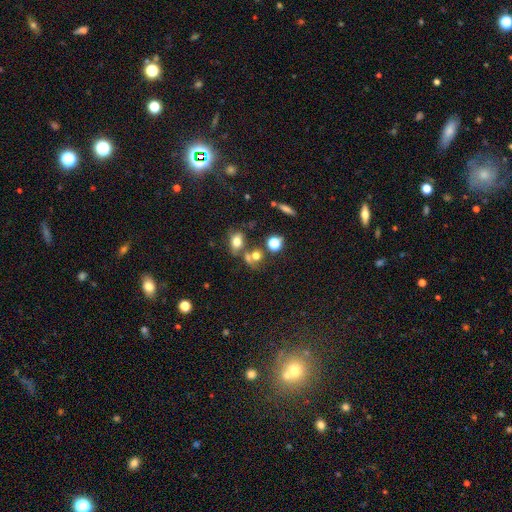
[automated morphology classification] This appears to be a smooth galaxy with no disk features (64%) that is round (60%). Merging: none (44%).